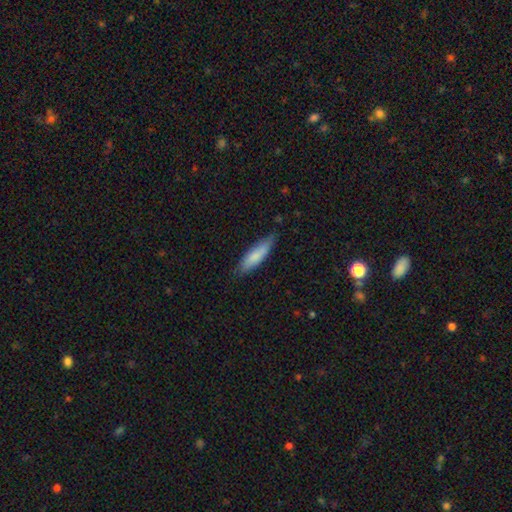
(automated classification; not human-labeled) smooth-or-featured: smooth: 79% | featured or disk: 15% | star or artifact: 6%
  how-rounded: cigar-shaped: 68% | in between: 31% | round: 1%
  merging: none: 76% | minor disturbance: 20% | major disturbance: 3% | merger: 1%